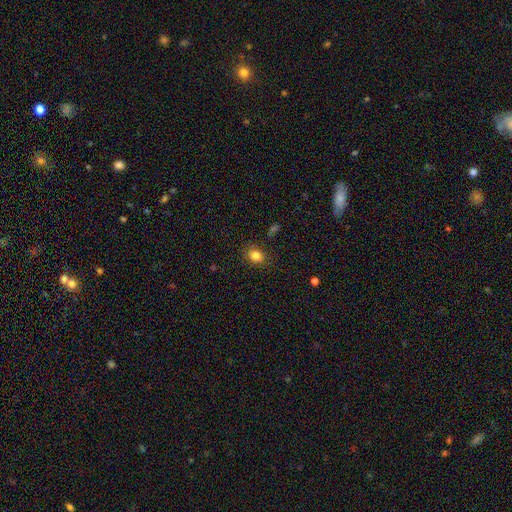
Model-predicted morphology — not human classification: Smooth or featured? Predicted: smooth (p=0.83). How rounded? Predicted: in between (p=0.59). Merging? Predicted: none (p=0.84).